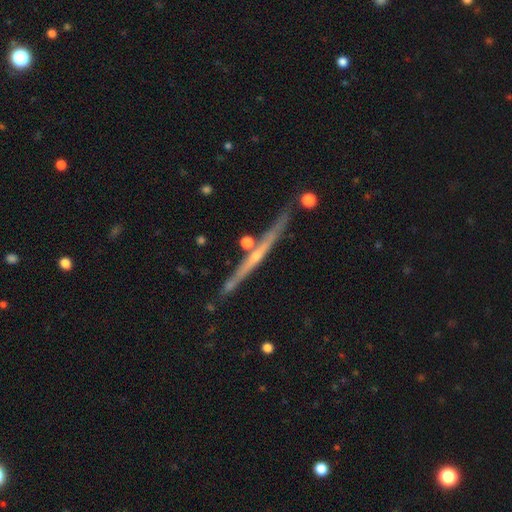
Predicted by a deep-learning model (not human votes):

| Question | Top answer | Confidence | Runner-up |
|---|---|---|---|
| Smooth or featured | featured or disk | 72% | smooth (21%) |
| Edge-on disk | yes | 97% | no (3%) |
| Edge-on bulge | none | 52% | rounded (44%) |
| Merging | none | 80% | minor disturbance (12%) |